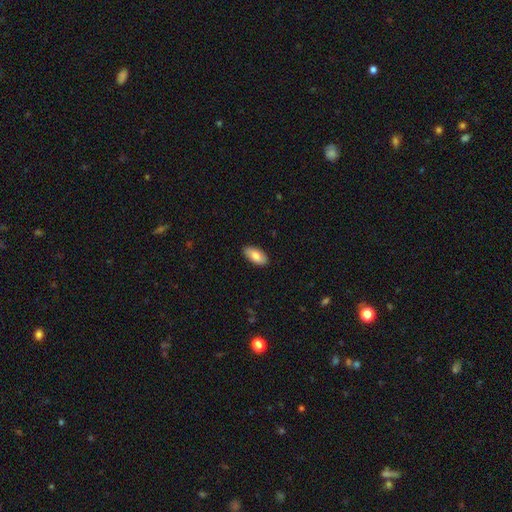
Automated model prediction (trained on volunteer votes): smooth_or_featured: smooth (p=0.77) [alt: featured or disk p=0.17]
how_rounded: in between (p=0.93) [alt: cigar-shaped p=0.04]
merging: none (p=0.87) [alt: minor disturbance p=0.10]